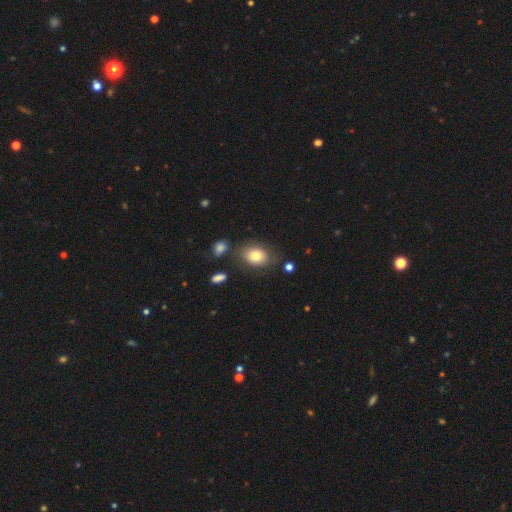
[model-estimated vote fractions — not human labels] The model was most divided on "how rounded": in between: 71%, round: 28%, cigar-shaped: 1%. More confident: smooth or featured — smooth (78%); merging — none (74%).